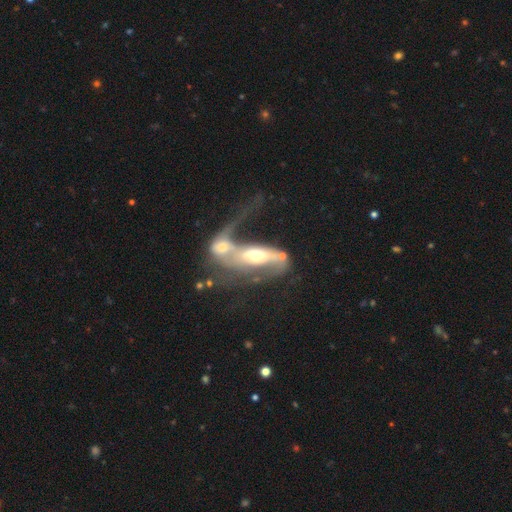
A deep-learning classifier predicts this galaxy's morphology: Smooth or featured: featured or disk — 69% (smooth — 25%)
Edge-on disk: no — 87% (yes — 13%)
Bar: no — 50% (weak — 30%)
Spiral arms: yes — 69% (no — 31%)
Bulge size: moderate — 63% (small — 19%)
Merging: merger — 71% (major disturbance — 17%)